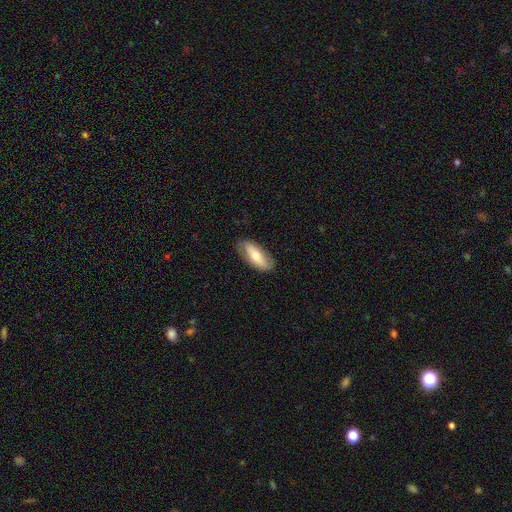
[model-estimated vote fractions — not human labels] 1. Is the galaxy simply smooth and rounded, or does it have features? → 59% smooth, 35% featured or disk, 6% star or artifact.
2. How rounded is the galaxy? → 73% in between, 24% cigar-shaped, 3% round.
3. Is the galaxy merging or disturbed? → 82% none, 14% minor disturbance, 3% major disturbance, 1% merger.